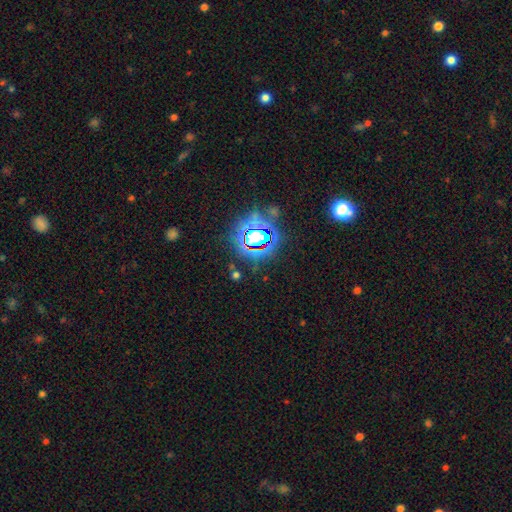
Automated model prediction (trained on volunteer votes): Q: Smooth or featured?
A: star or artifact (80%); runner-up: smooth (12%)